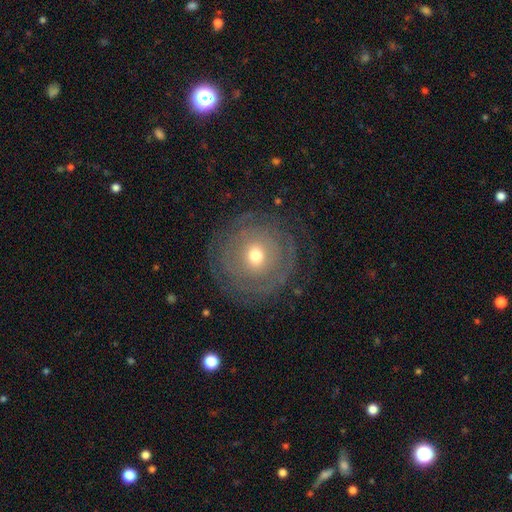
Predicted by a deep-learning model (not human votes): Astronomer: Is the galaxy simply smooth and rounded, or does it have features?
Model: featured or disk — 56% (runner-up: smooth, 34%).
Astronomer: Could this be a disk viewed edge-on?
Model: no — 95%.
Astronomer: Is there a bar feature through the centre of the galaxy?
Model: no — 72%.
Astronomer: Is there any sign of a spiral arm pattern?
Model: yes — 52% (runner-up: no, 48%).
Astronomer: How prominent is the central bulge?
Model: moderate — 56% (runner-up: small, 37%).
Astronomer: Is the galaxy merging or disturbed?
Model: none — 80%.